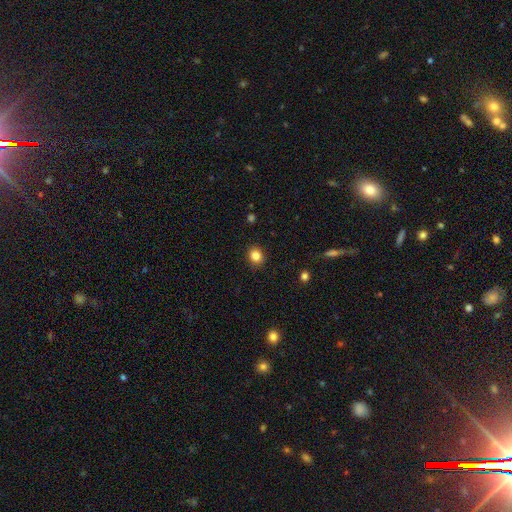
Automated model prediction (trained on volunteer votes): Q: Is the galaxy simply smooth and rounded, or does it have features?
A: smooth — 84%.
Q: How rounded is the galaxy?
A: round — 74%.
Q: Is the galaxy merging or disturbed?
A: none — 90%.